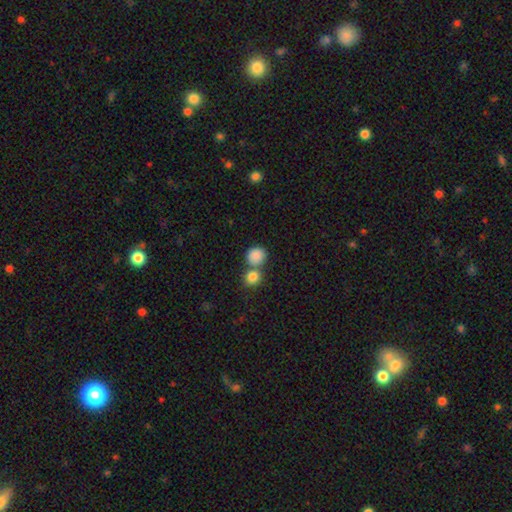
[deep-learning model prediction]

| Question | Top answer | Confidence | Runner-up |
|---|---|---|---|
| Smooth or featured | smooth | 85% | star or artifact (9%) |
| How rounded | round | 83% | in between (16%) |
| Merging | none | 53% | merger (36%) |